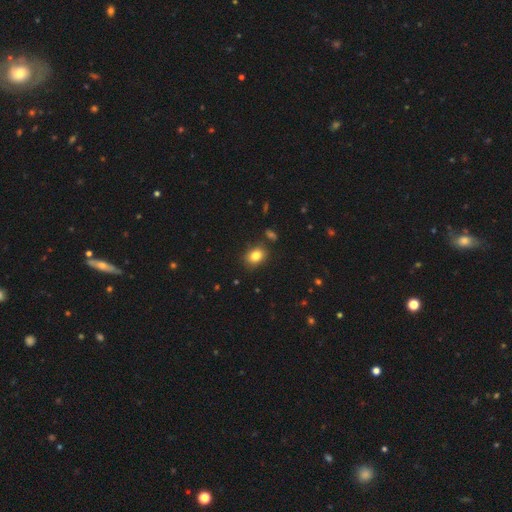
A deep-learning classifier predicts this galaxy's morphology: type=smooth (83%); roundness=in between (61%); merging=none (83%).